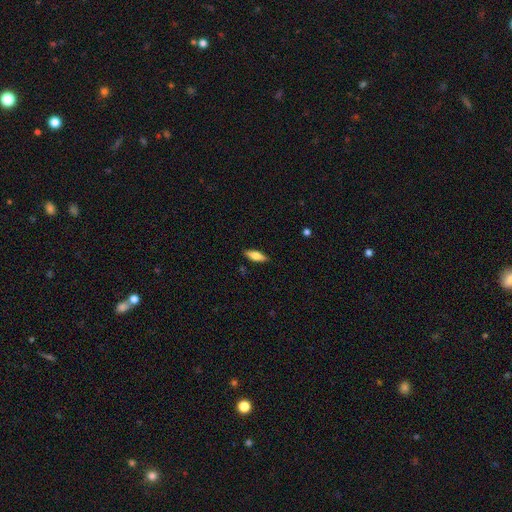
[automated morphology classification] Smooth or featured: smooth — 66% (featured or disk — 28%)
How rounded: in between — 60% (cigar-shaped — 38%)
Merging: none — 88% (minor disturbance — 9%)